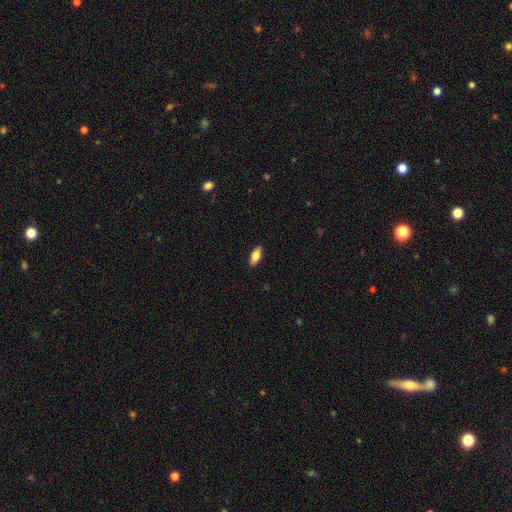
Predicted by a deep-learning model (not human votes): Morphology: type=smooth (73%); roundness=in between (80%); merging=none (89%).